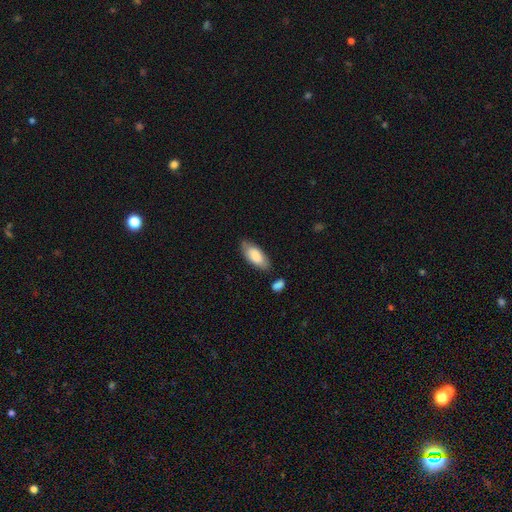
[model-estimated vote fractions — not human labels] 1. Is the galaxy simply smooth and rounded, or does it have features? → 80% smooth, 15% featured or disk, 6% star or artifact.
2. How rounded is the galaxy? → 86% in between, 12% cigar-shaped, 2% round.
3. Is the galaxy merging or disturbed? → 72% none, 18% minor disturbance, 6% merger, 4% major disturbance.